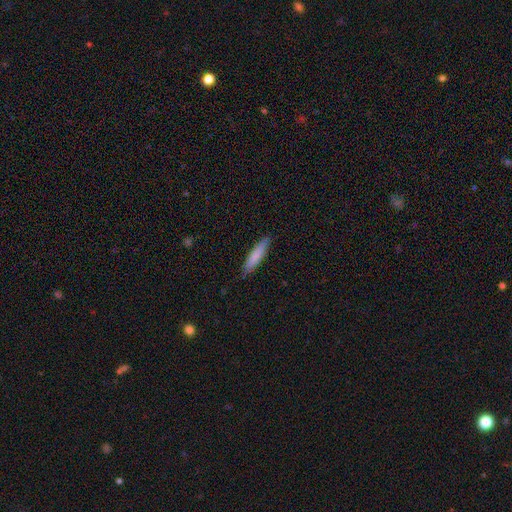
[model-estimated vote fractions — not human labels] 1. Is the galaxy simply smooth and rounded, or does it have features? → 79% smooth, 15% featured or disk, 6% star or artifact.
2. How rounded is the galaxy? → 84% cigar-shaped, 15% in between, 1% round.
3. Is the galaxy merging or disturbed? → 86% none, 11% minor disturbance, 2% major disturbance, 1% merger.